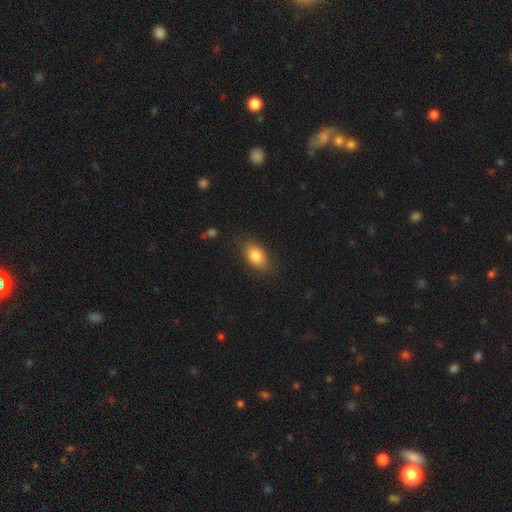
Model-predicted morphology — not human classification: smooth-or-featured: smooth: 82% | featured or disk: 10% | star or artifact: 8%
  how-rounded: in between: 87% | round: 10% | cigar-shaped: 3%
  merging: none: 82% | minor disturbance: 13% | major disturbance: 3% | merger: 1%